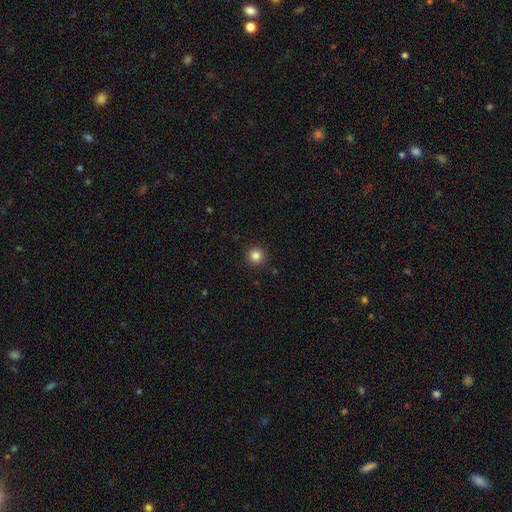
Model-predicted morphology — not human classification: Smooth or featured? Predicted: smooth (p=0.84). How rounded? Predicted: round (p=0.95). Merging? Predicted: none (p=0.92).